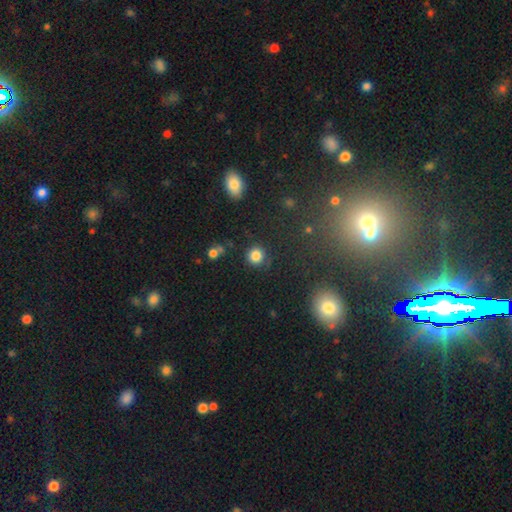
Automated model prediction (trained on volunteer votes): Smooth or featured? Predicted: smooth (p=0.83). How rounded? Predicted: round (p=0.92). Merging? Predicted: none (p=0.85).